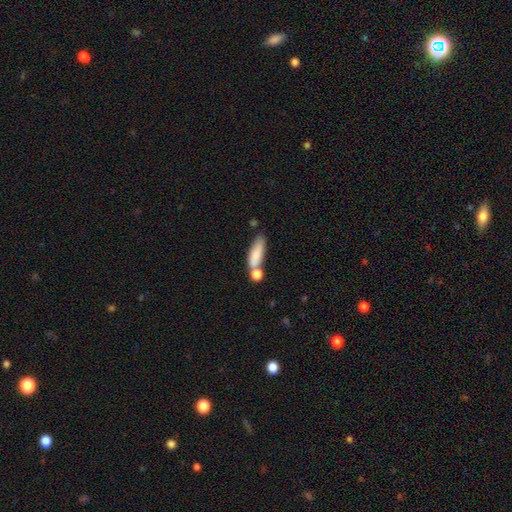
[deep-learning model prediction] Smooth or featured? smooth (81%)
How rounded? in between (52%)
Merging? none (47%)